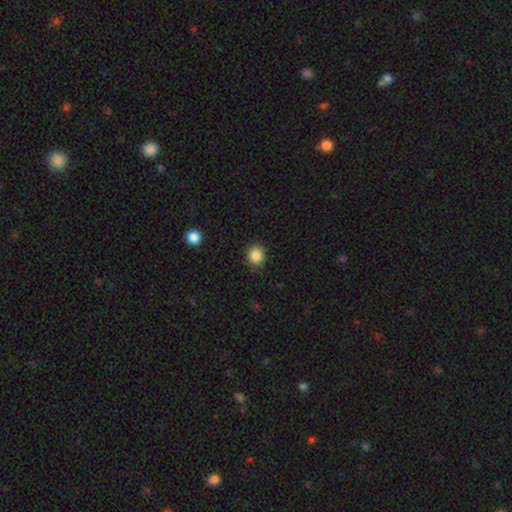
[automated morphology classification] This appears to be a smooth galaxy with no disk features (86%) that is round (82%). Merging: none (90%).